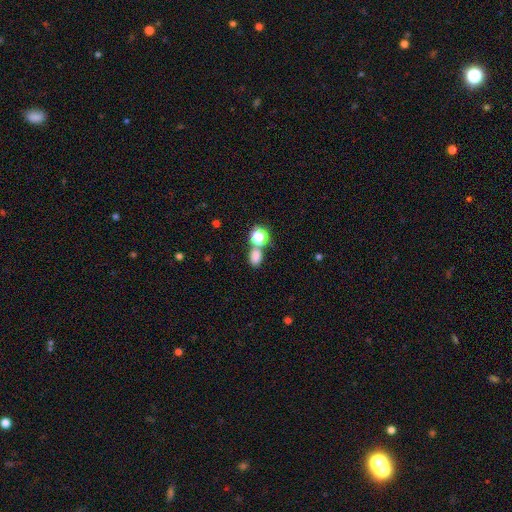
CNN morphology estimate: This is likely a smooth galaxy (76%). How rounded: likely in between (65%). Merging: possibly none (58%).